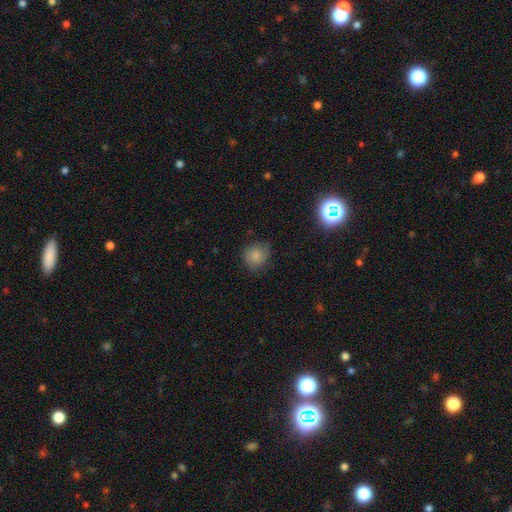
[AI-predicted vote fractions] A smooth galaxy with no disk features (79%) that is round (79%).

Vote fractions:
- Smooth or featured? smooth: 79% / star or artifact: 11% / featured or disk: 11%
- How rounded? round: 79% / in between: 20% / cigar-shaped: 1%
- Merging? none: 68% / minor disturbance: 24% / major disturbance: 6% / merger: 1%